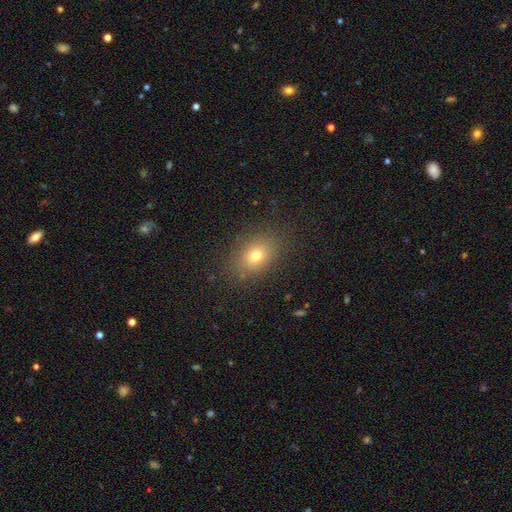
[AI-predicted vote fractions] Morphology: type=smooth (73%); roundness=in between (70%); merging=none (84%).